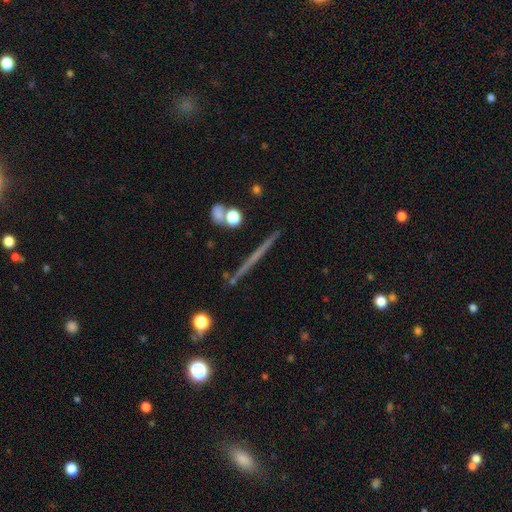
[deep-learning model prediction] Q: Smooth or featured?
A: featured or disk (63%); runner-up: smooth (28%)
Q: Edge-on disk?
A: yes (97%); runner-up: no (3%)
Q: Edge-on bulge?
A: none (77%); runner-up: rounded (18%)
Q: Merging?
A: none (89%); runner-up: minor disturbance (7%)